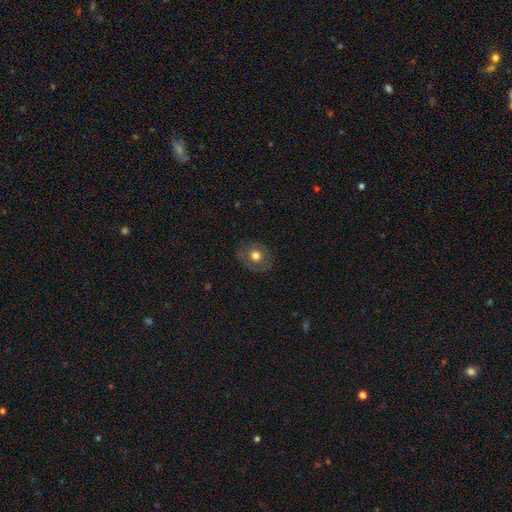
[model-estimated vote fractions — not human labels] Q: Smooth or featured?
A: smooth (61%); runner-up: featured or disk (29%)
Q: How rounded?
A: round (70%); runner-up: in between (29%)
Q: Merging?
A: none (80%); runner-up: minor disturbance (13%)